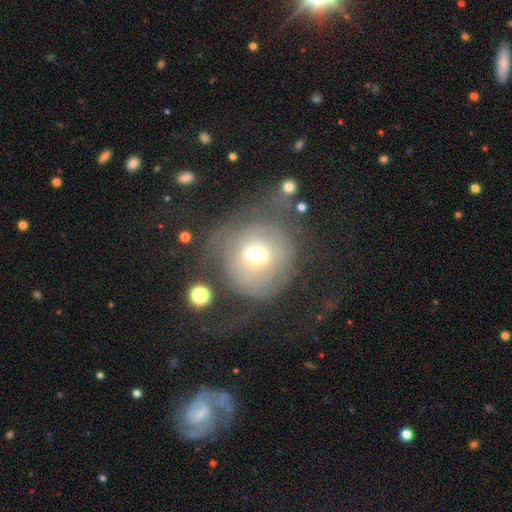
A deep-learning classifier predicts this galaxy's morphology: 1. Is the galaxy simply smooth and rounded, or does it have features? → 50% smooth, 39% featured or disk, 11% star or artifact.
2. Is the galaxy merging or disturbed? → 44% major disturbance, 33% none, 17% minor disturbance, 5% merger.